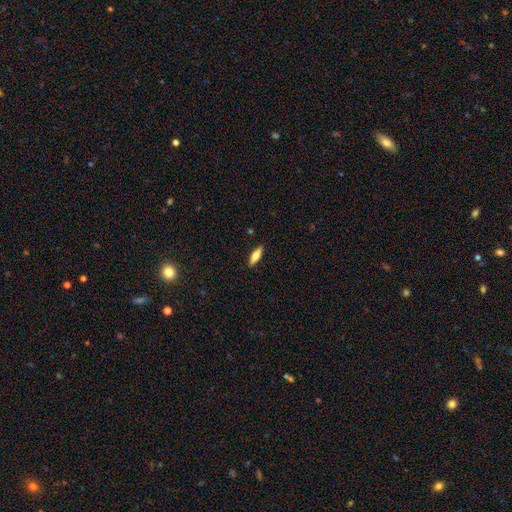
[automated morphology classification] smooth_or_featured: smooth (p=0.66) [alt: featured or disk p=0.27]
how_rounded: in between (p=0.52) [alt: cigar-shaped p=0.45]
merging: none (p=0.89) [alt: minor disturbance p=0.08]